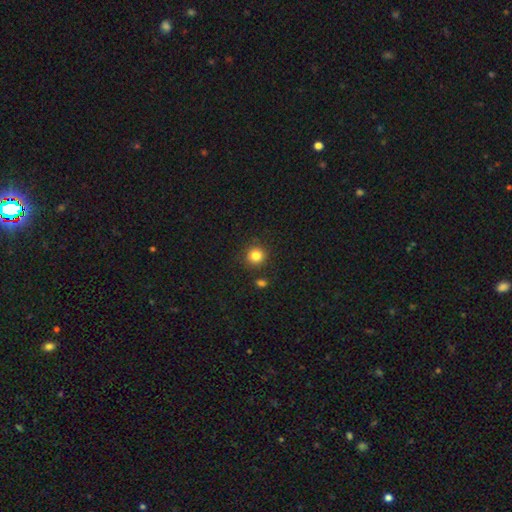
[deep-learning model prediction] Q: Smooth or featured?
A: smooth (84%); runner-up: star or artifact (12%)
Q: How rounded?
A: round (93%); runner-up: in between (6%)
Q: Merging?
A: none (88%); runner-up: minor disturbance (7%)